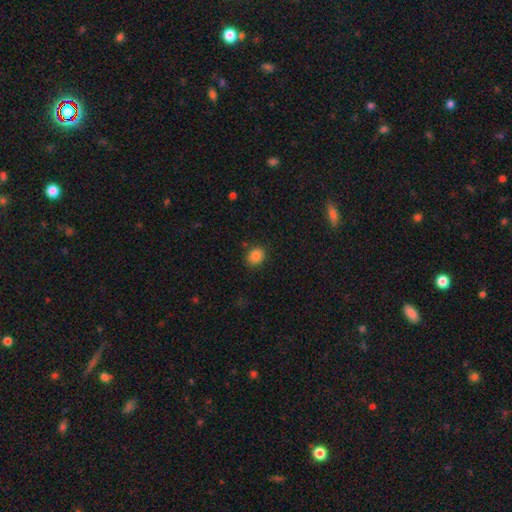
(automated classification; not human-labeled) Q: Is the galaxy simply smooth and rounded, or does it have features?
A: smooth — 86%.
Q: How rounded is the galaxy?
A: round — 65%.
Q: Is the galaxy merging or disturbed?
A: none — 86%.